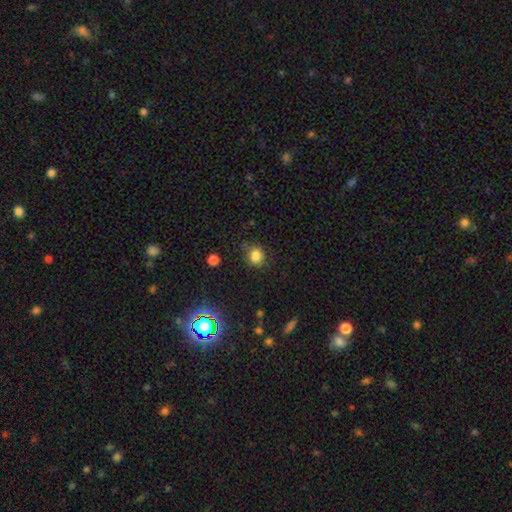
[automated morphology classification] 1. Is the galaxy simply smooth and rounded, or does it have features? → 82% smooth, 12% star or artifact, 5% featured or disk.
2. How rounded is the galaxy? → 75% round, 24% in between, 1% cigar-shaped.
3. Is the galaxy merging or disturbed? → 78% none, 16% minor disturbance, 4% major disturbance, 2% merger.